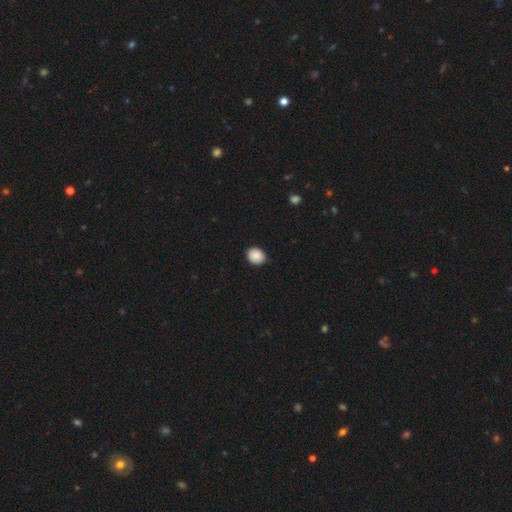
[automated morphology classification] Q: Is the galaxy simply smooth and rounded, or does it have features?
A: smooth — 88%.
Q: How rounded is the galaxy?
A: round — 56%.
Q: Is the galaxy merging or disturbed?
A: none — 87%.